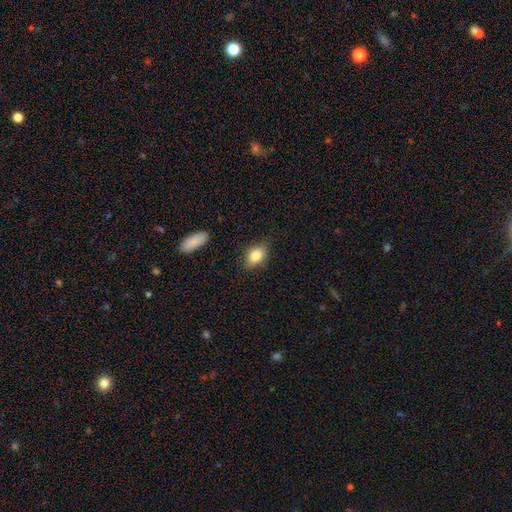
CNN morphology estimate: Q: Smooth or featured?
A: smooth (84%); runner-up: featured or disk (9%)
Q: How rounded?
A: in between (81%); runner-up: round (17%)
Q: Merging?
A: none (81%); runner-up: minor disturbance (14%)